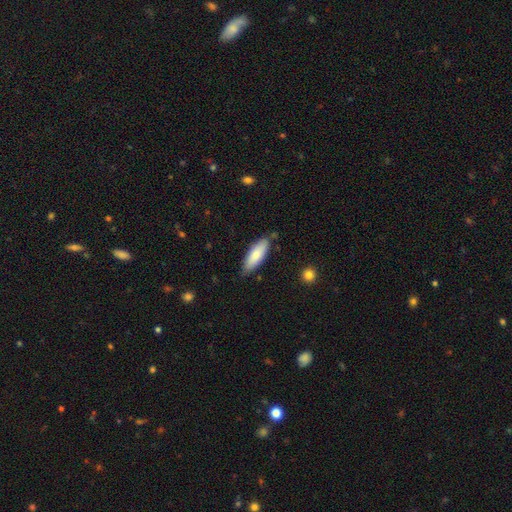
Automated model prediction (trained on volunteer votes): Smooth or featured? Predicted: smooth (p=0.80). How rounded? Predicted: in between (p=0.60). Merging? Predicted: none (p=0.80).